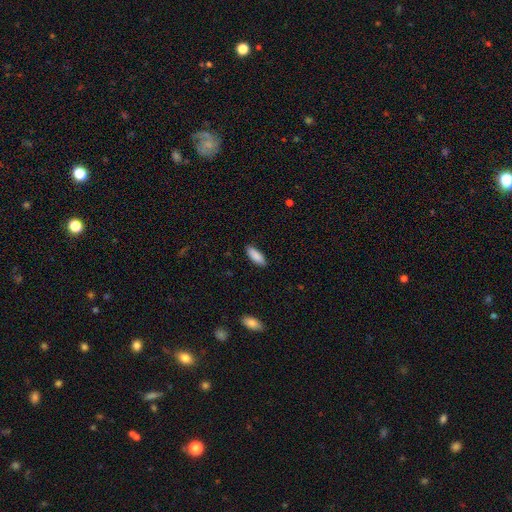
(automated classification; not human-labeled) A smooth galaxy with no disk features (89%) that is in between round and cigar-shaped (72%).

Vote fractions:
- Smooth or featured? smooth: 89% / star or artifact: 6% / featured or disk: 5%
- How rounded? in between: 72% / cigar-shaped: 27% / round: 2%
- Merging? none: 87% / minor disturbance: 10% / major disturbance: 2% / merger: 1%